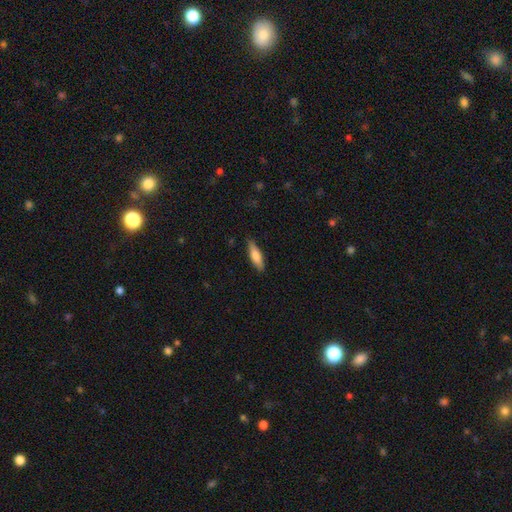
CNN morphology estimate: This appears to be a smooth galaxy with no disk features (72%) that is cigar-shaped (61%). Merging: none (85%).